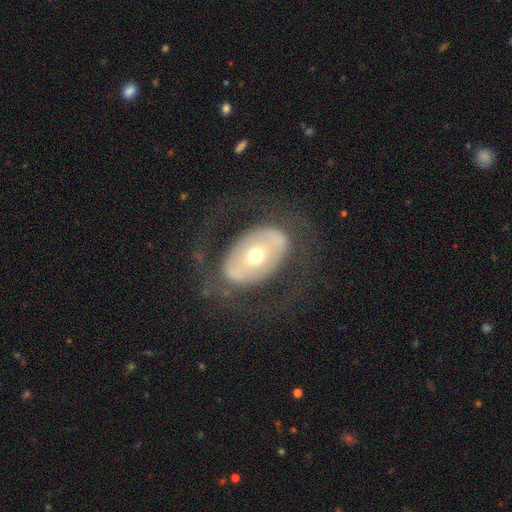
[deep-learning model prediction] Smooth or featured? featured or disk (62%)
Edge-on disk? no (92%)
Bar? no (61%)
Spiral arms? no (74%)
Bulge size? moderate (67%)
Merging? none (71%)